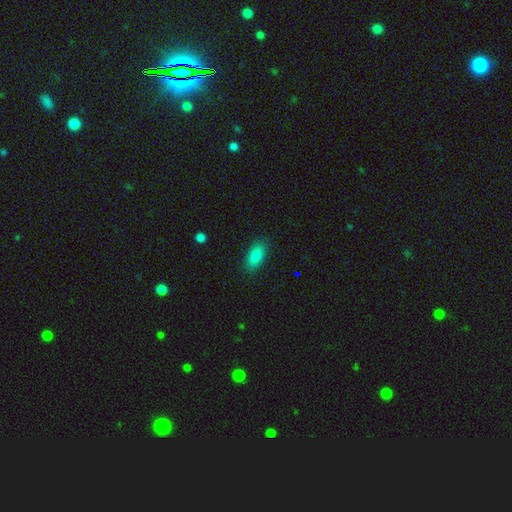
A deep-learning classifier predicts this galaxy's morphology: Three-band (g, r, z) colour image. It shows a smooth galaxy with no disk features (88%) that is in between round and cigar-shaped (88%). Merging: none (87%).